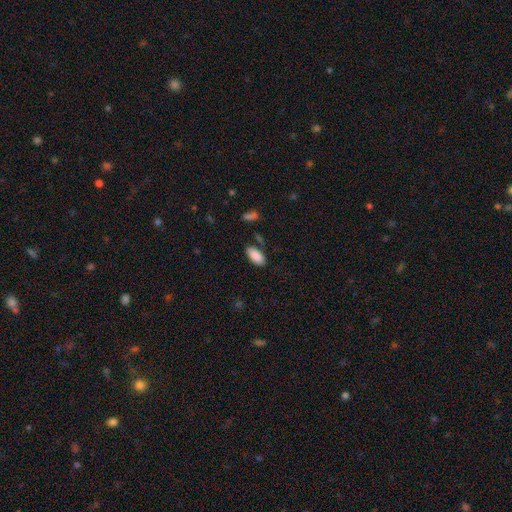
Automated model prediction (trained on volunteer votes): The model was most divided on "merging": none: 82%, minor disturbance: 11%, merger: 3%, major disturbance: 3%. More confident: how rounded — in between (92%); smooth or featured — smooth (89%).